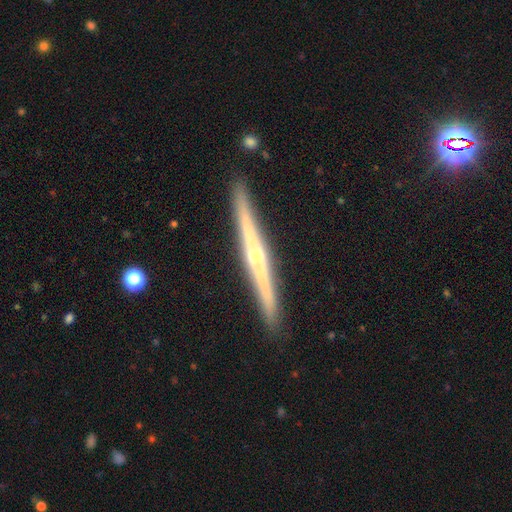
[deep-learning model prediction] featured or disk 79%, smooth 15%, star or artifact 6%. Down the decision tree: edge-on disk — yes (98%); edge-on bulge — rounded (83%); merging — none (91%).